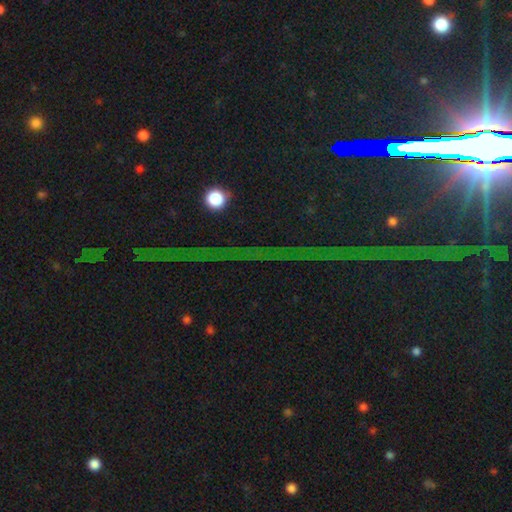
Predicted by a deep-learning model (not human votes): star or artifact 83%, featured or disk 10%, smooth 8%.